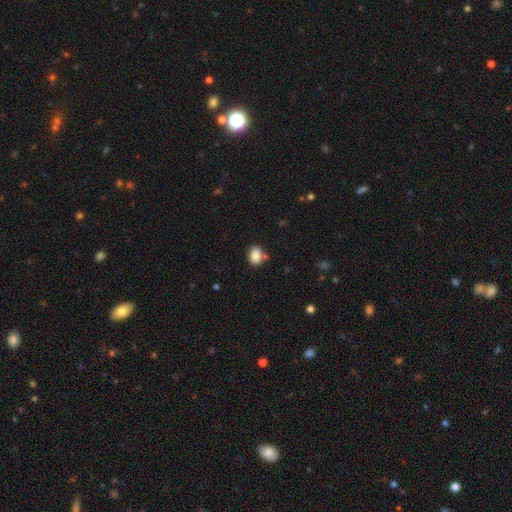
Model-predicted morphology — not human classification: A smooth galaxy with no disk features (86%) that is in between round and cigar-shaped (63%).

Vote fractions:
- Smooth or featured? smooth: 86% / star or artifact: 9% / featured or disk: 5%
- How rounded? in between: 63% / round: 36% / cigar-shaped: 1%
- Merging? none: 69% / minor disturbance: 16% / merger: 11% / major disturbance: 4%